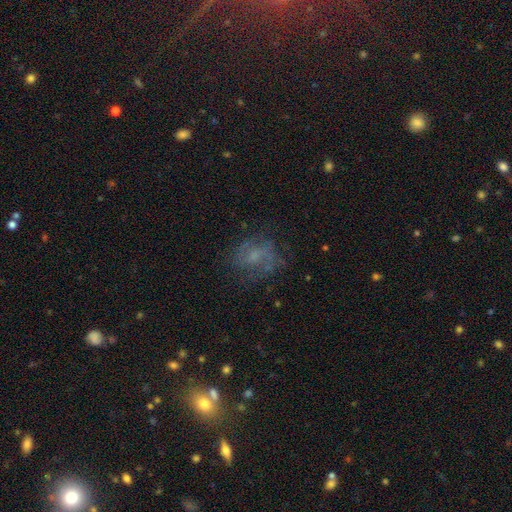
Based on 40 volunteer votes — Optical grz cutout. It shows a featured or disk galaxy (82%) with a weak bar (55%), 2 (88%) medium (64%) spiral arms (81%) and a moderate central bulge (45%). Merging: none (70%).